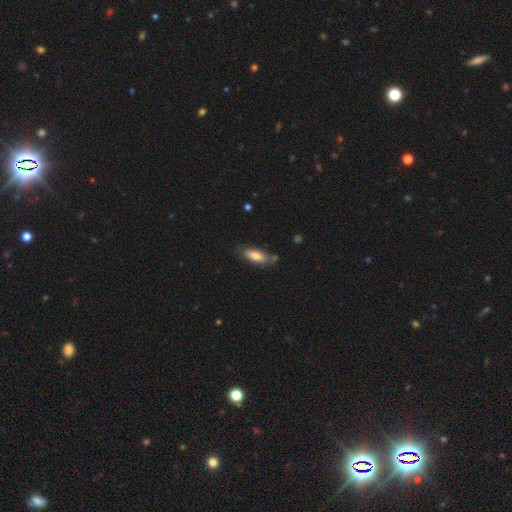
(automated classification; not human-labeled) This is likely a smooth galaxy (76%). How rounded: likely in between (67%). Merging: likely none (72%).